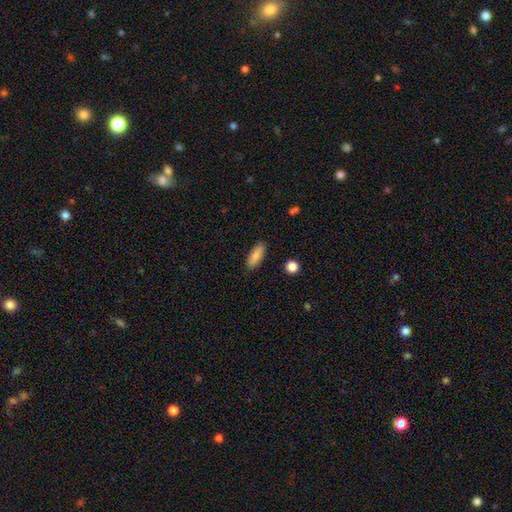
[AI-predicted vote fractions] This appears to be a smooth galaxy with no disk features (86%) that is in between round and cigar-shaped (67%). Merging: none (88%).